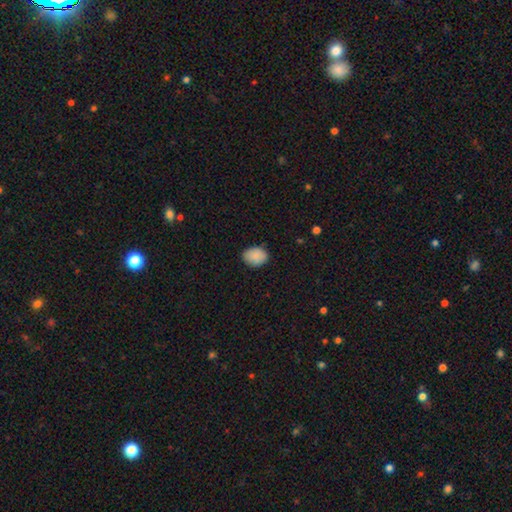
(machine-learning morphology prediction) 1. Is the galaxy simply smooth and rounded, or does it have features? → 88% smooth, 7% star or artifact, 5% featured or disk.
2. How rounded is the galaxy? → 68% in between, 31% round, 1% cigar-shaped.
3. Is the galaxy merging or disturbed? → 83% none, 14% minor disturbance, 3% major disturbance, 1% merger.